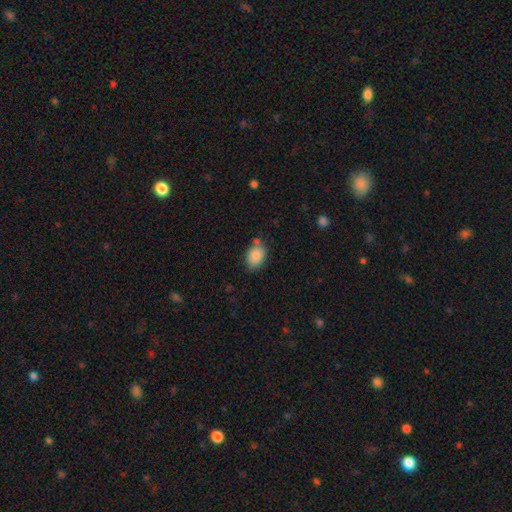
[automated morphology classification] Smooth or featured? Predicted: smooth (p=0.87). How rounded? Predicted: in between (p=0.78). Merging? Predicted: none (p=0.67).